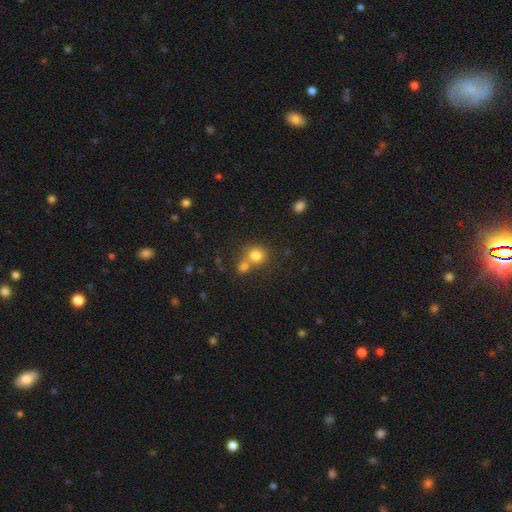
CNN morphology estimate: smooth-or-featured: smooth: 79% | star or artifact: 12% | featured or disk: 9%
  how-rounded: round: 82% | in between: 17% | cigar-shaped: 1%
  merging: none: 47% | merger: 42% | minor disturbance: 8% | major disturbance: 3%